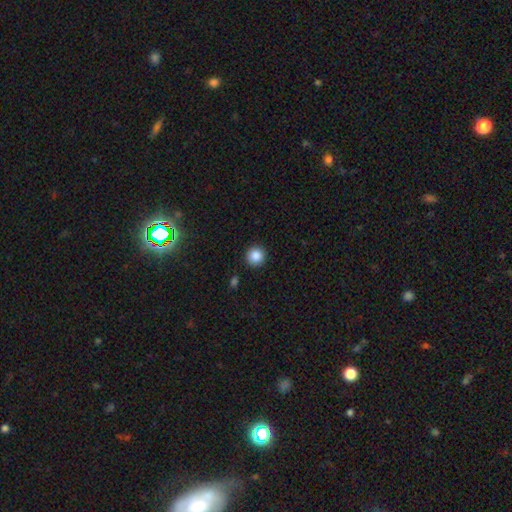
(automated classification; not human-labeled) Overall: smooth (86%). How rounded: round (95%). Merging: none (91%).